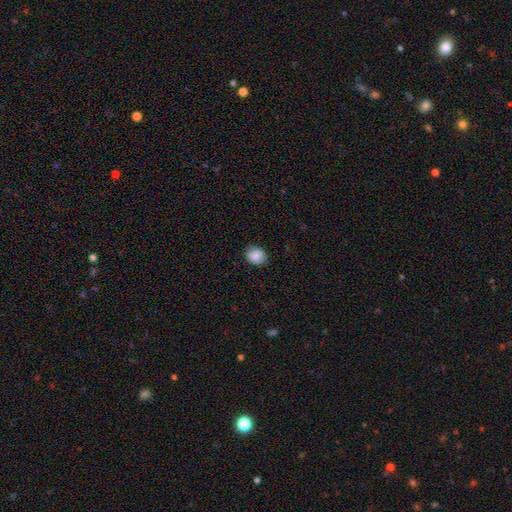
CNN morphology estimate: Overall: smooth (84%). How rounded: round (58%; in between 41%). Merging: none (85%).